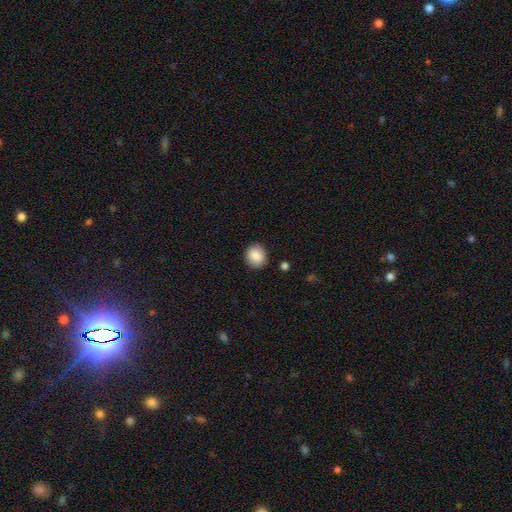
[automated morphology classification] Smooth or featured?
  - smooth: 86% *
  - star or artifact: 8%
  - featured or disk: 6%
How rounded?
  - round: 76% *
  - in between: 23%
  - cigar-shaped: 1%
Merging?
  - none: 87% *
  - minor disturbance: 9%
  - major disturbance: 2%
  - merger: 2%